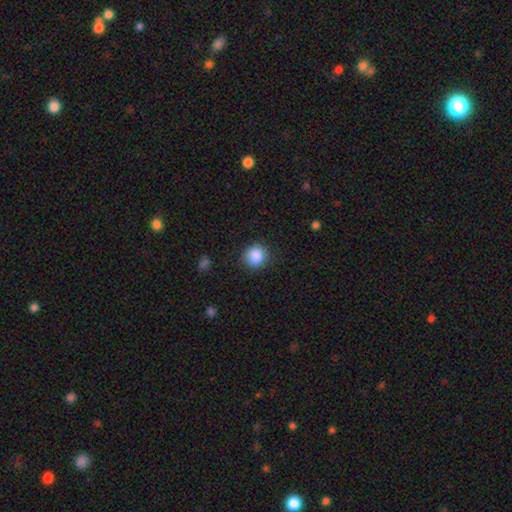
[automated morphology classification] A smooth galaxy with no disk features (88%) that is round (84%). Merging: none (85%).